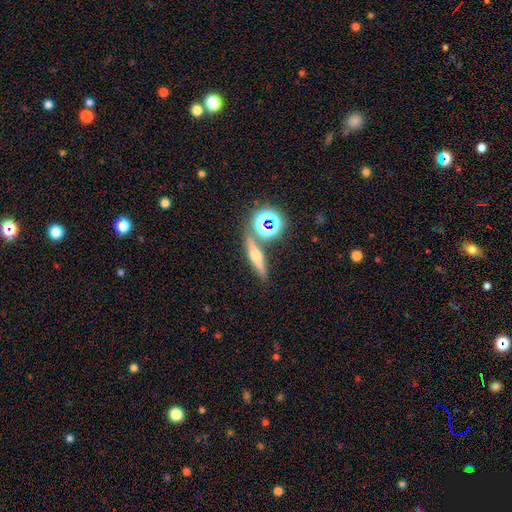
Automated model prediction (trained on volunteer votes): Overall: smooth (39%, tied with featured or disk). Merging: none (77%).